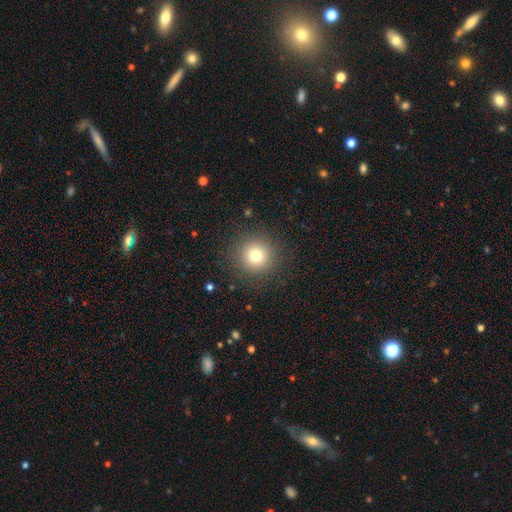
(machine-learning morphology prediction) Q: Smooth or featured?
A: smooth (77%); runner-up: star or artifact (14%)
Q: How rounded?
A: round (95%); runner-up: in between (4%)
Q: Merging?
A: none (90%); runner-up: minor disturbance (6%)